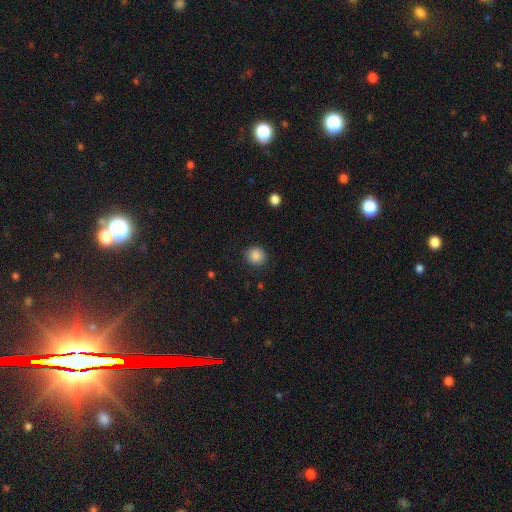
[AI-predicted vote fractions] smooth_or_featured: smooth (p=0.87) [alt: star or artifact p=0.09]
how_rounded: round (p=0.87) [alt: in between p=0.13]
merging: none (p=0.89) [alt: minor disturbance p=0.07]